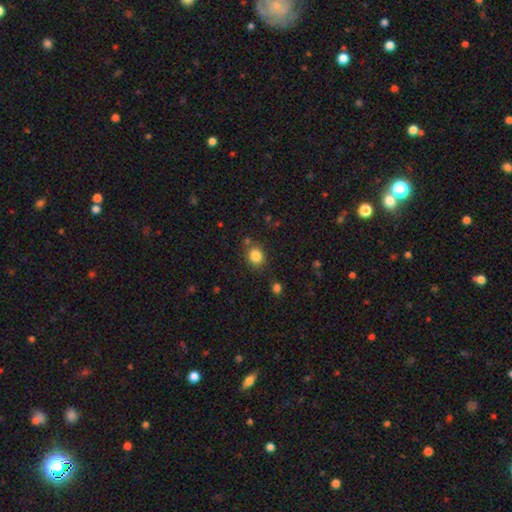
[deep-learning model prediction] Q: Smooth or featured?
A: smooth (84%); runner-up: star or artifact (10%)
Q: How rounded?
A: round (72%); runner-up: in between (27%)
Q: Merging?
A: none (78%); runner-up: minor disturbance (12%)